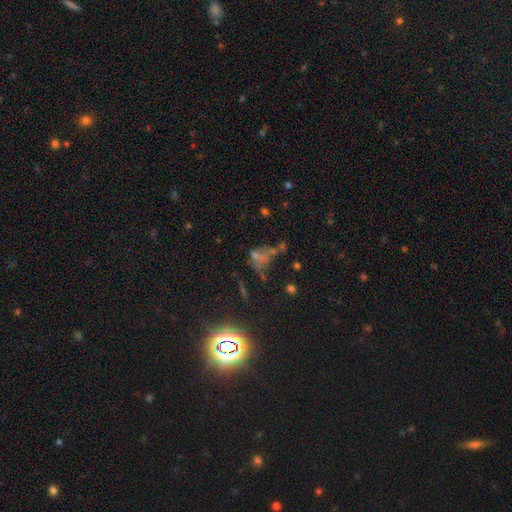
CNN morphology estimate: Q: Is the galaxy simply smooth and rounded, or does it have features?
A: star or artifact — 61%.